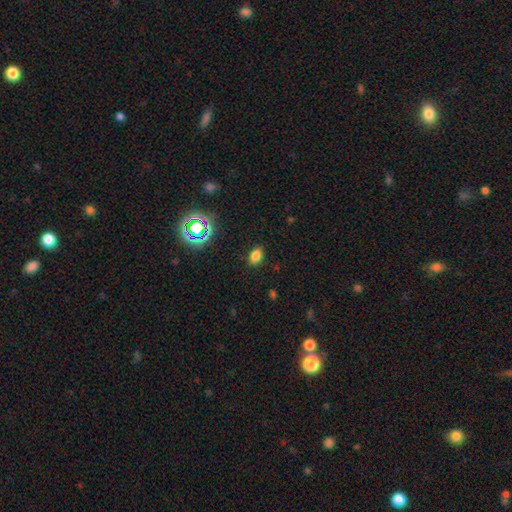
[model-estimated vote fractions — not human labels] This is likely a smooth galaxy (77%). How rounded: clearly in between (85%). Merging: clearly none (87%).